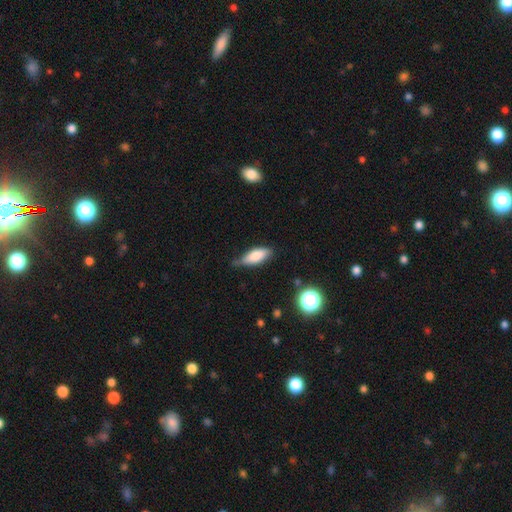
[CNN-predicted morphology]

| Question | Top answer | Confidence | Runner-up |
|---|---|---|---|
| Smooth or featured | smooth | 74% | featured or disk (18%) |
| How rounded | in between | 70% | cigar-shaped (28%) |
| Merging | none | 60% | minor disturbance (32%) |